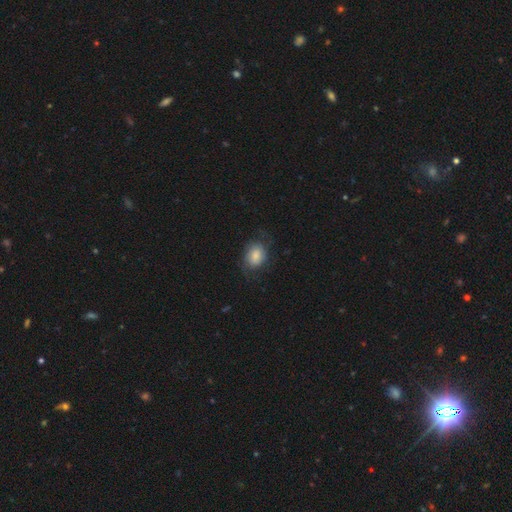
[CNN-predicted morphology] Overall: smooth (72%). How rounded: in between (58%; round 41%). Merging: none (63%).